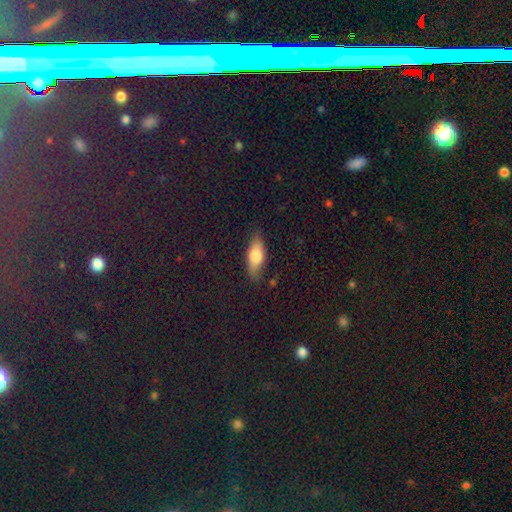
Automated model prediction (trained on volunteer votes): Smooth or featured? Predicted: smooth (p=0.70). How rounded? Predicted: in between (p=0.72). Merging? Predicted: none (p=0.79).